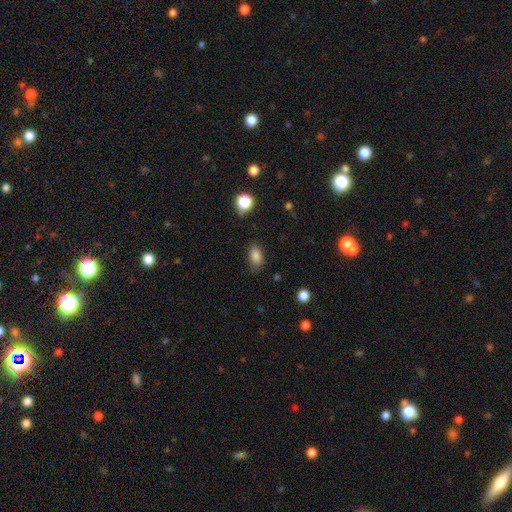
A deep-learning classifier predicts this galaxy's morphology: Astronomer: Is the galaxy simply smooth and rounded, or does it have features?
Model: smooth — 85%.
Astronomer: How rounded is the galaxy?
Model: in between — 86%.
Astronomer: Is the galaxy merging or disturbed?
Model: none — 76%.